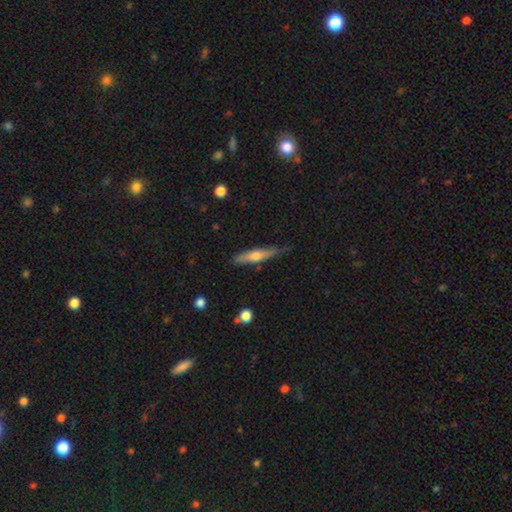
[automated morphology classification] featured or disk 47% (tied), smooth 47% (tied), star or artifact 6%. Down the decision tree: merging — none (81%).